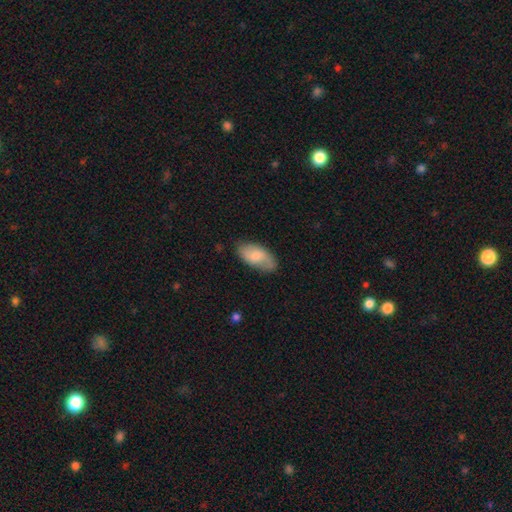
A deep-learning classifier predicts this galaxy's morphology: smooth-or-featured: smooth: 73% | featured or disk: 21% | star or artifact: 6%
  how-rounded: in between: 94% | cigar-shaped: 4% | round: 2%
  merging: none: 77% | minor disturbance: 18% | major disturbance: 4% | merger: 1%